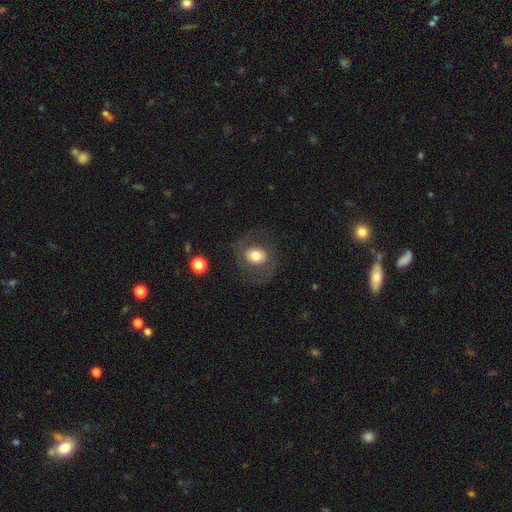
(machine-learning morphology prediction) Q: Smooth or featured?
A: smooth (60%); runner-up: featured or disk (32%)
Q: How rounded?
A: round (69%); runner-up: in between (30%)
Q: Merging?
A: none (73%); runner-up: major disturbance (13%)